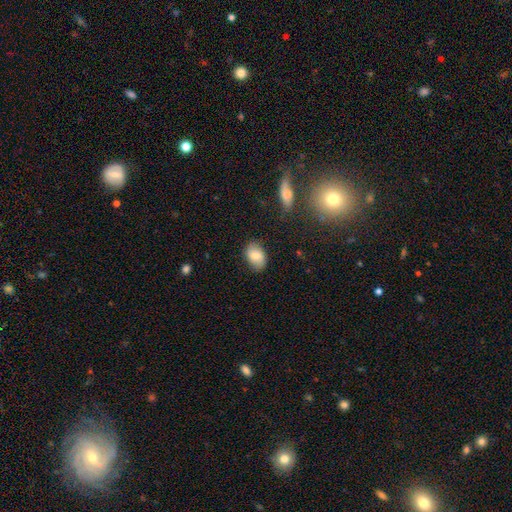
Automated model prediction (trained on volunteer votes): Q: Smooth or featured?
A: smooth (76%); runner-up: featured or disk (16%)
Q: How rounded?
A: in between (85%); runner-up: round (14%)
Q: Merging?
A: none (80%); runner-up: minor disturbance (15%)